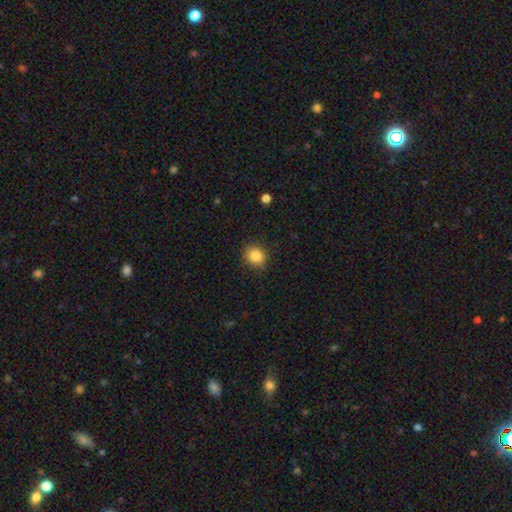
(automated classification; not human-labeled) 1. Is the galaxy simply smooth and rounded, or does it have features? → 85% smooth, 10% star or artifact, 5% featured or disk.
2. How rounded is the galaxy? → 79% round, 20% in between, 1% cigar-shaped.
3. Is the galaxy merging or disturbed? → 87% none, 10% minor disturbance, 2% major disturbance, 1% merger.